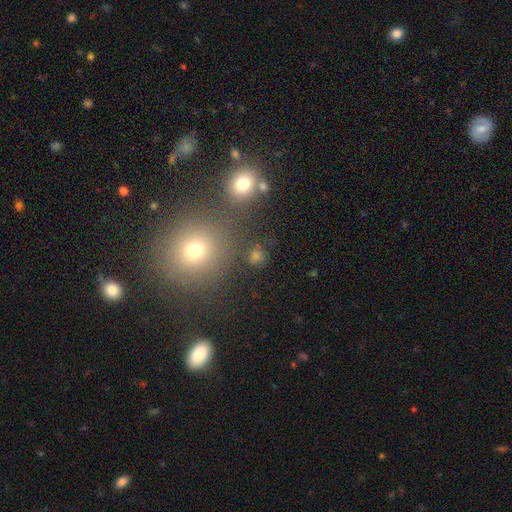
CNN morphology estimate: smooth 65%, star or artifact 27%, featured or disk 9%. Down the decision tree: how rounded — round (82%); merging — none (78%).